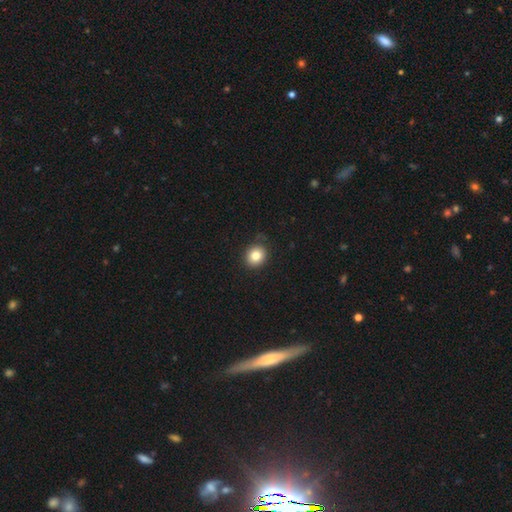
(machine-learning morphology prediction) Q: Smooth or featured?
A: smooth (82%); runner-up: star or artifact (10%)
Q: How rounded?
A: round (76%); runner-up: in between (24%)
Q: Merging?
A: none (86%); runner-up: minor disturbance (10%)